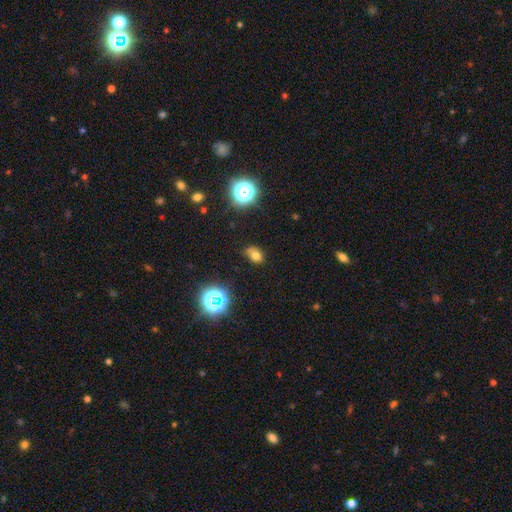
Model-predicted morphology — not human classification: Overall: smooth (71%). How rounded: in between (57%; round 41%). Merging: none (50%; minor disturbance 31%).